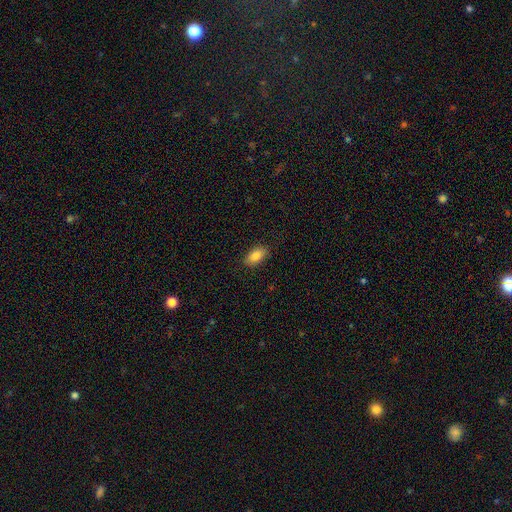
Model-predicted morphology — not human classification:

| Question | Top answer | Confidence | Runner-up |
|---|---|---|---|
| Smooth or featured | smooth | 86% | star or artifact (7%) |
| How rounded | in between | 92% | round (4%) |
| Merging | none | 87% | minor disturbance (10%) |